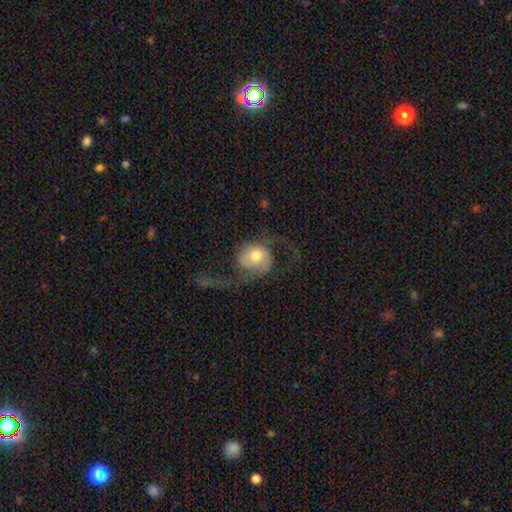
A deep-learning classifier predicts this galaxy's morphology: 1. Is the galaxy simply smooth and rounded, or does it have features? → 63% featured or disk, 31% smooth, 7% star or artifact.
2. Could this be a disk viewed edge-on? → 96% no, 4% yes.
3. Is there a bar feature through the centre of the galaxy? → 68% no, 25% weak, 7% strong.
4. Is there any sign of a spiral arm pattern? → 85% yes, 15% no.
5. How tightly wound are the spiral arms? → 75% loose, 20% medium, 5% tight.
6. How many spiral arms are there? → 86% 2, 7% 1, 3% can't tell, 1% 3, 1% 4, 1% more than 4.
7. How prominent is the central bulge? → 63% moderate, 17% large, 14% small, 4% dominant, 2% none.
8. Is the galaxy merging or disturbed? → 43% none, 39% major disturbance, 15% minor disturbance, 3% merger.